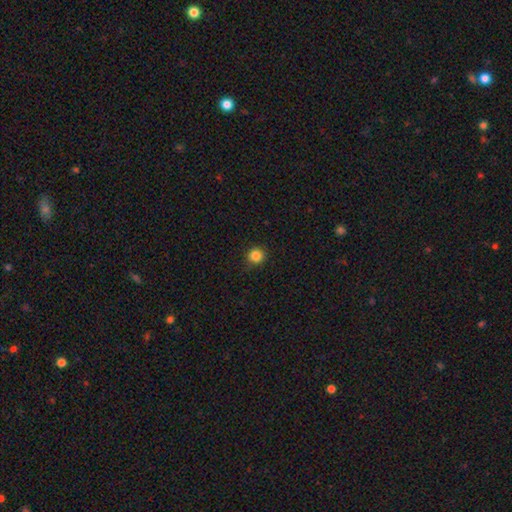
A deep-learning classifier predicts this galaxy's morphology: A smooth galaxy with no disk features (85%) that is round (94%).

Vote fractions:
- Smooth or featured? smooth: 85% / star or artifact: 11% / featured or disk: 4%
- How rounded? round: 94% / in between: 5% / cigar-shaped: 1%
- Merging? none: 90% / minor disturbance: 7% / major disturbance: 2% / merger: 1%